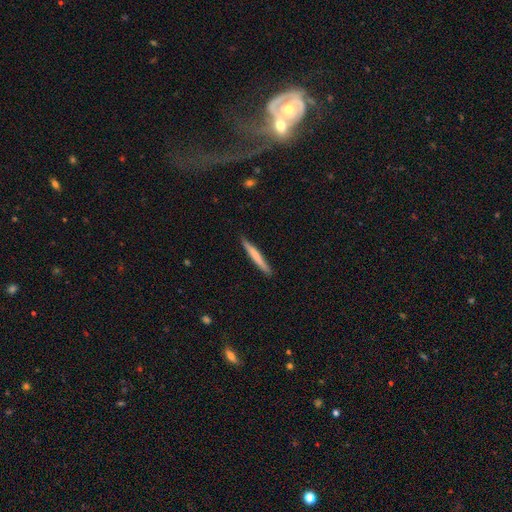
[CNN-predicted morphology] Smooth or featured? Predicted: smooth (p=0.66). How rounded? Predicted: cigar-shaped (p=0.96). Merging? Predicted: none (p=0.90).